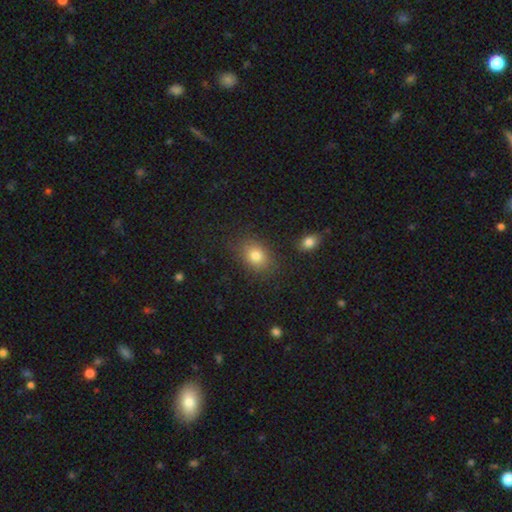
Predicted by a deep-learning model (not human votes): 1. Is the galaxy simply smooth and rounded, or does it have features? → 80% smooth, 11% star or artifact, 9% featured or disk.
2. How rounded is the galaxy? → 65% in between, 33% round, 1% cigar-shaped.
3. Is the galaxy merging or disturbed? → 81% none, 13% minor disturbance, 4% major disturbance, 3% merger.